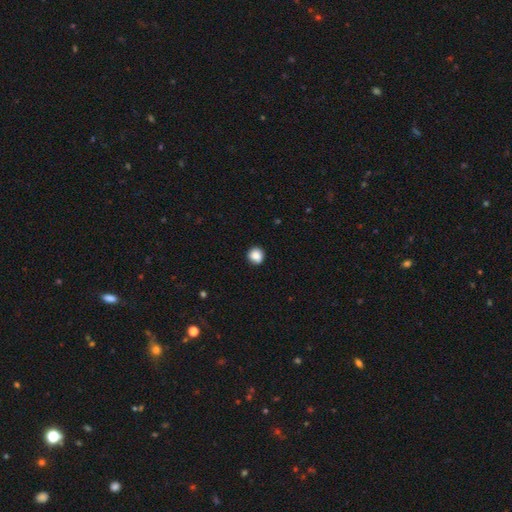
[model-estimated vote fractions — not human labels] Smooth or featured: smooth — 86% (star or artifact — 9%)
How rounded: round — 90% (in between — 9%)
Merging: none — 85% (minor disturbance — 11%)